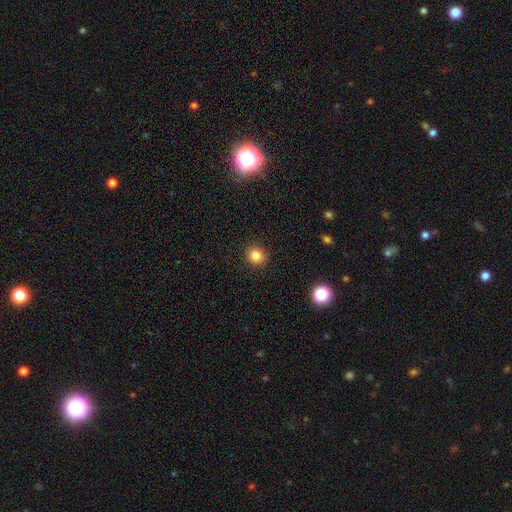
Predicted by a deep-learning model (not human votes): smooth 83%, star or artifact 12%, featured or disk 5%. Down the decision tree: how rounded — round (88%); merging — none (91%).